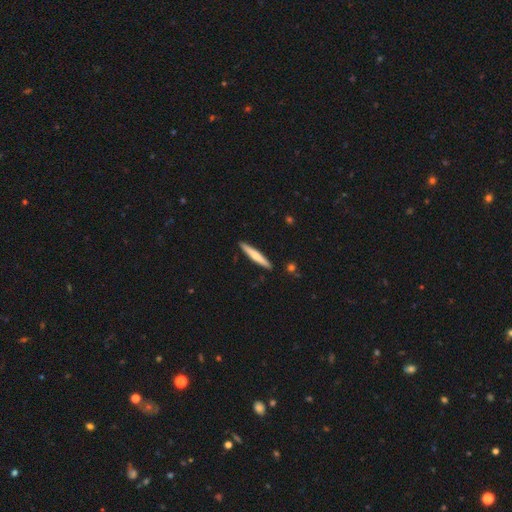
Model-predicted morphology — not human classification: Smooth or featured: smooth — 58% (featured or disk — 37%)
How rounded: cigar-shaped — 94% (in between — 5%)
Merging: none — 91% (minor disturbance — 6%)